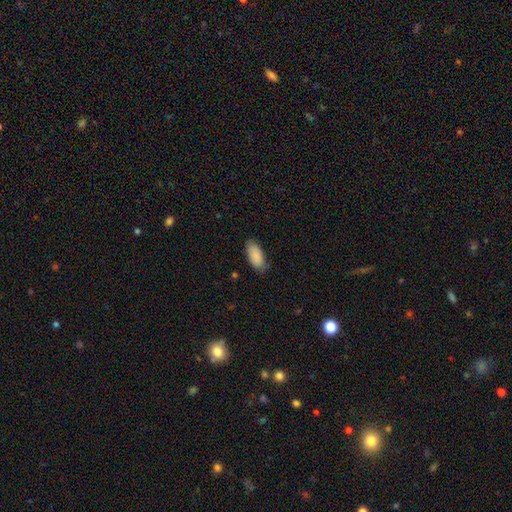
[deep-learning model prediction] Overall: smooth (89%). How rounded: in between (91%). Merging: none (74%).